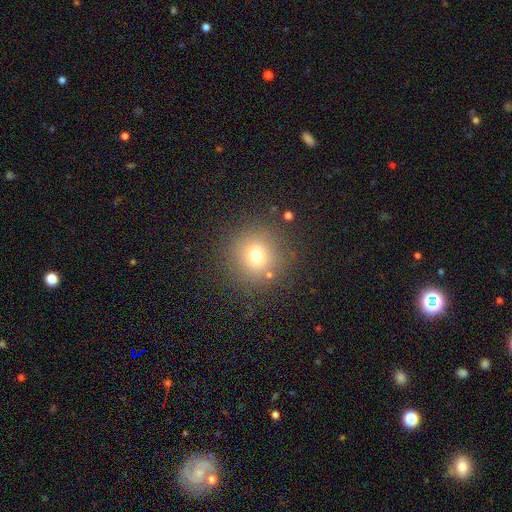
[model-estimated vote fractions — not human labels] Q: Smooth or featured?
A: smooth (69%); runner-up: star or artifact (19%)
Q: How rounded?
A: round (93%); runner-up: in between (6%)
Q: Merging?
A: none (85%); runner-up: minor disturbance (8%)